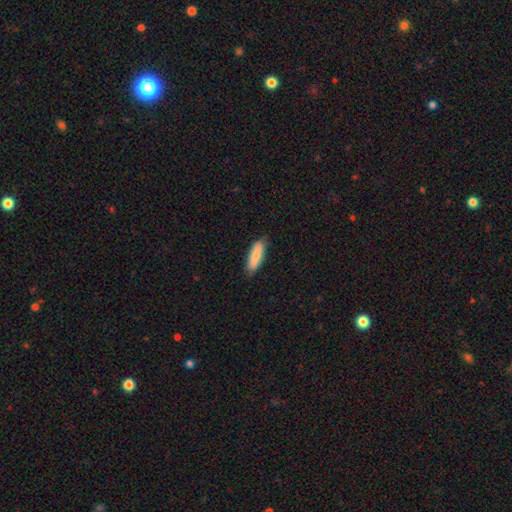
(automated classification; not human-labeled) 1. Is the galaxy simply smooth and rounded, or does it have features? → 85% smooth, 10% featured or disk, 6% star or artifact.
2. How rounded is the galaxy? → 60% cigar-shaped, 39% in between, 1% round.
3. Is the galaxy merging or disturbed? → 85% none, 12% minor disturbance, 2% major disturbance, 1% merger.